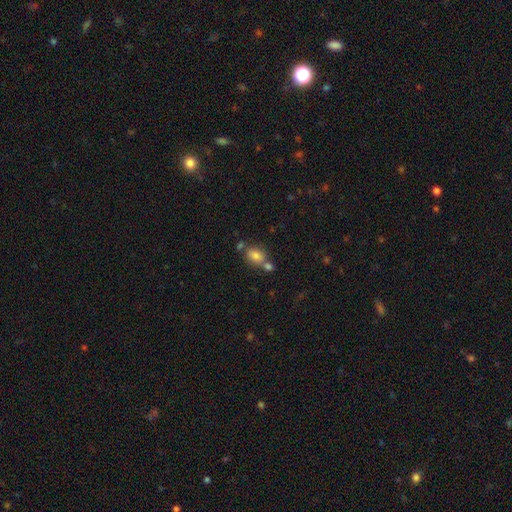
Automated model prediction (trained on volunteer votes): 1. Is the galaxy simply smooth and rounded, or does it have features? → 80% smooth, 11% star or artifact, 9% featured or disk.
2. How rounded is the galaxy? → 63% in between, 36% round, 1% cigar-shaped.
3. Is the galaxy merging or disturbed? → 56% none, 28% merger, 12% minor disturbance, 4% major disturbance.